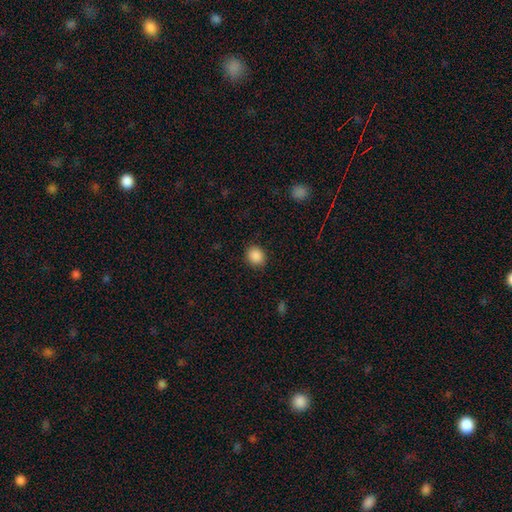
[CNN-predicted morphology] smooth_or_featured: smooth (p=0.88) [alt: star or artifact p=0.09]
how_rounded: round (p=0.74) [alt: in between p=0.25]
merging: none (p=0.89) [alt: minor disturbance p=0.07]